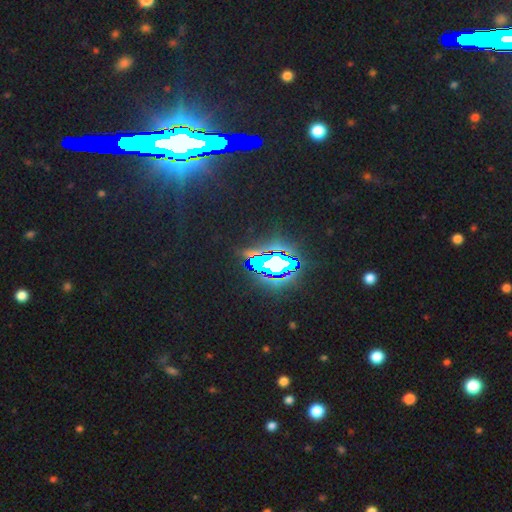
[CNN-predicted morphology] Smooth or featured: star or artifact — 79% (smooth — 11%)